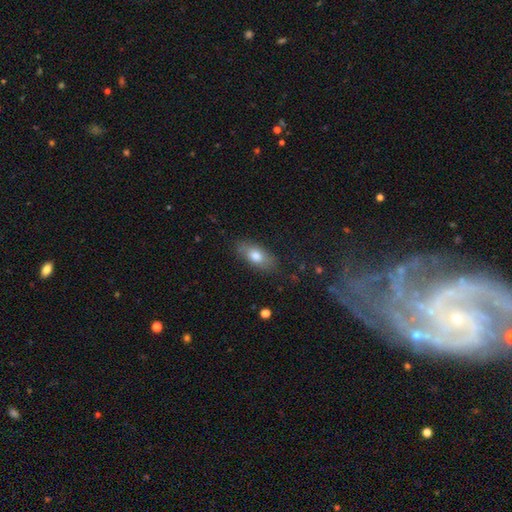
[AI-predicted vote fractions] smooth 77%, featured or disk 16%, star or artifact 7%. Down the decision tree: how rounded — in between (84%); merging — none (77%).